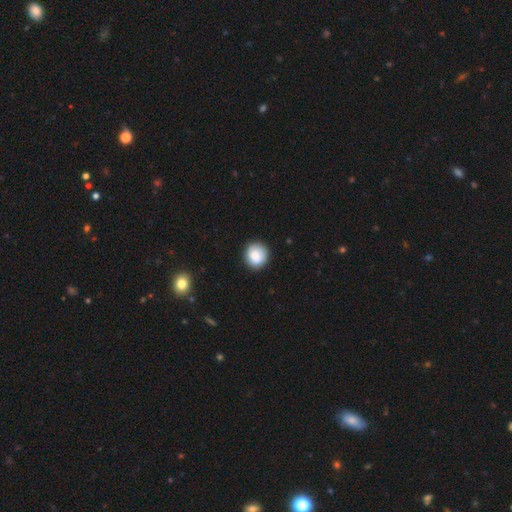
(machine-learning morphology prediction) smooth_or_featured: smooth (p=0.85) [alt: star or artifact p=0.08]
how_rounded: round (p=0.89) [alt: in between p=0.10]
merging: none (p=0.86) [alt: minor disturbance p=0.10]